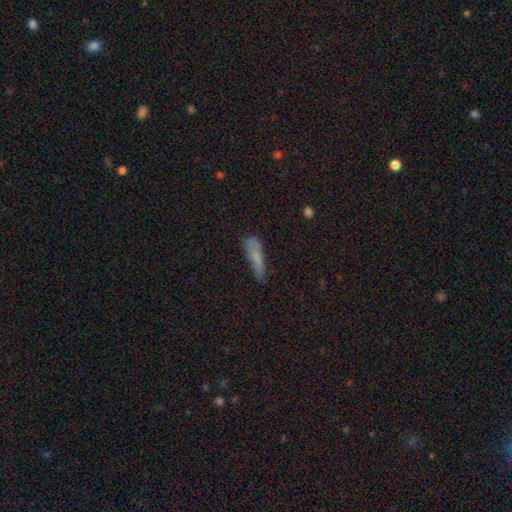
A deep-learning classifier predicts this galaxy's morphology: A smooth galaxy with no disk features (70%) that is cigar-shaped (76%). Merging: none (52%).